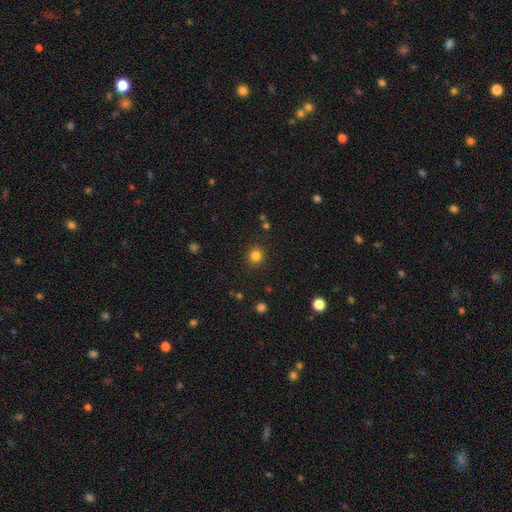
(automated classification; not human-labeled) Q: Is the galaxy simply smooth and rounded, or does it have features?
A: smooth — 83%.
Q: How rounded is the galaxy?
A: round — 88%.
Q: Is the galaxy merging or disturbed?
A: none — 89%.